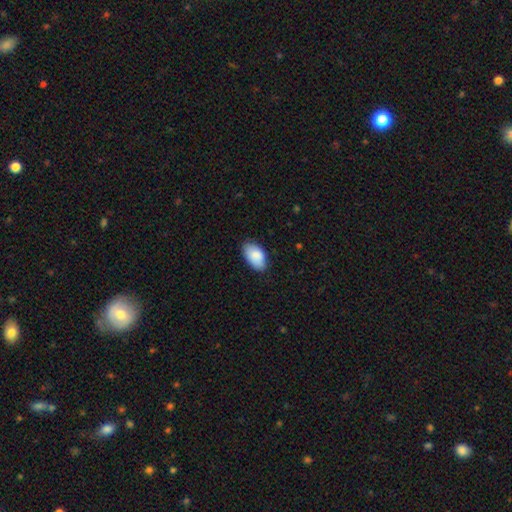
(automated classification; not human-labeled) Smooth or featured?
  - smooth: 86% *
  - featured or disk: 8%
  - star or artifact: 6%
How rounded?
  - in between: 95% *
  - round: 4%
  - cigar-shaped: 1%
Merging?
  - none: 77% *
  - minor disturbance: 19%
  - major disturbance: 3%
  - merger: 1%